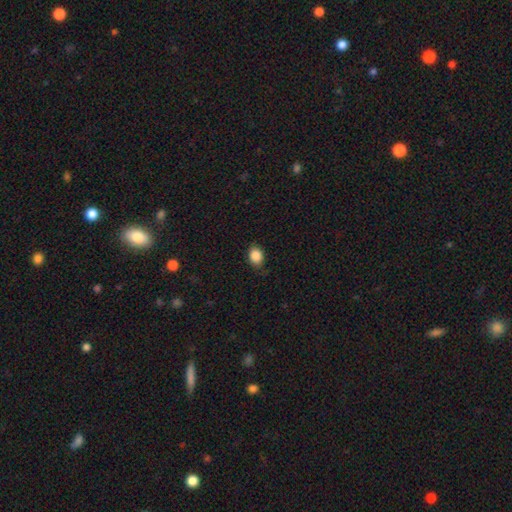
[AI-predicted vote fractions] Q: Smooth or featured?
A: smooth (87%); runner-up: star or artifact (9%)
Q: How rounded?
A: in between (60%); runner-up: round (39%)
Q: Merging?
A: none (80%); runner-up: minor disturbance (16%)